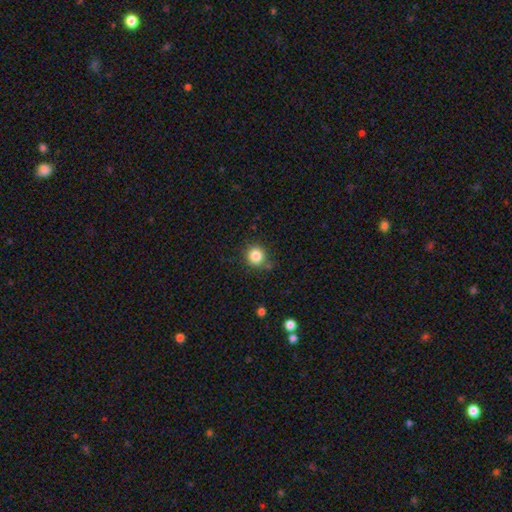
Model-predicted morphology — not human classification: This is clearly a smooth galaxy (84%). How rounded: clearly round (91%). Merging: likely none (79%).